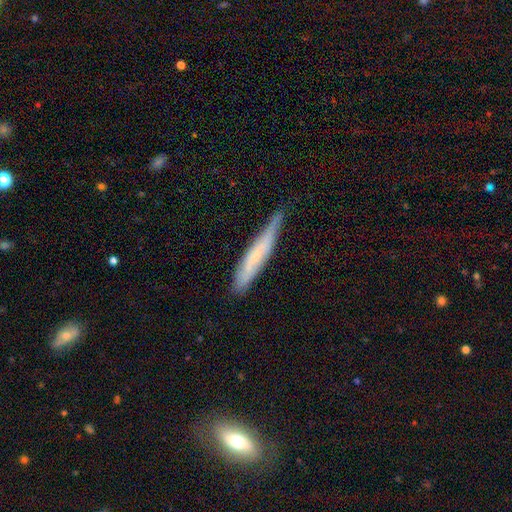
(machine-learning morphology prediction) A smooth galaxy with no disk features (52%) that is cigar-shaped (92%). Merging: none (65%).